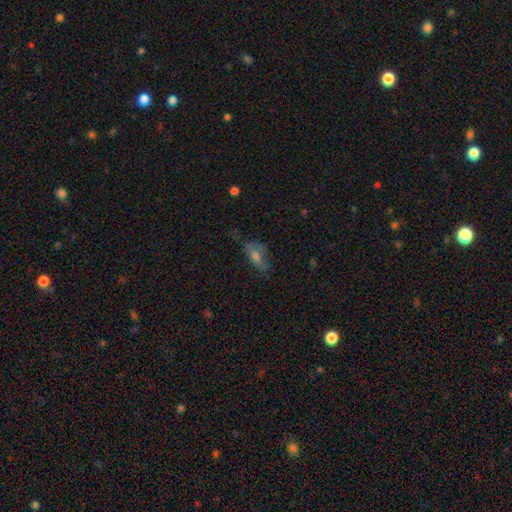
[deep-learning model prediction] Smooth or featured? Predicted: smooth (p=0.45). Merging? Predicted: none (p=0.57).